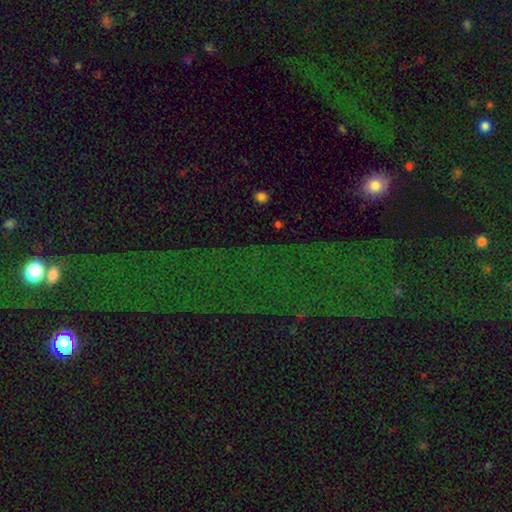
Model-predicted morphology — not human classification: Smooth or featured: star or artifact — 72% (smooth — 14%)